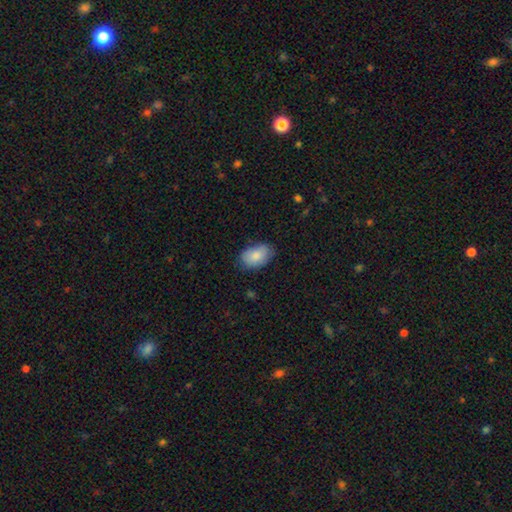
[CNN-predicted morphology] Q: Smooth or featured?
A: smooth (83%); runner-up: featured or disk (10%)
Q: How rounded?
A: in between (90%); runner-up: round (8%)
Q: Merging?
A: none (76%); runner-up: minor disturbance (20%)